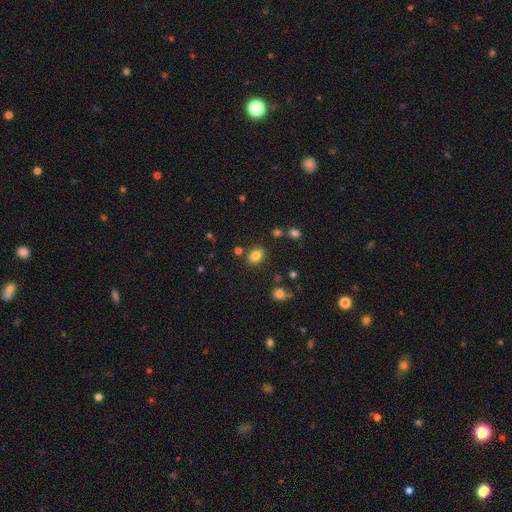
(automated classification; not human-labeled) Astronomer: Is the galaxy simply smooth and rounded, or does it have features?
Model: smooth — 83%.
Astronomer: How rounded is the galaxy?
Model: in between — 56% (runner-up: round, 43%).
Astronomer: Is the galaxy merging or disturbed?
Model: none — 81%.